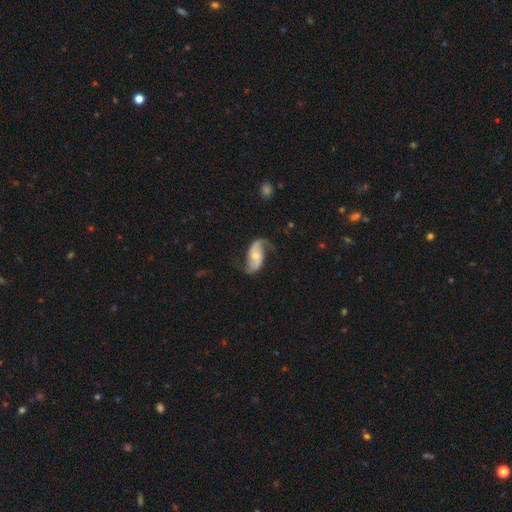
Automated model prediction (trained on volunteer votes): Smooth or featured?
  - featured or disk: 85% *
  - smooth: 10%
  - star or artifact: 5%
Edge-on disk?
  - no: 97% *
  - yes: 3%
Bar?
  - no: 53% *
  - weak: 33%
  - strong: 14%
Spiral arms?
  - yes: 96% *
  - no: 4%
Spiral winding?
  - loose: 67% *
  - medium: 26%
  - tight: 7%
Spiral arm count?
  - 2: 91% *
  - 1: 3%
  - can't tell: 2%
  - 3: 1%
  - 4: 1%
  - more than 4: 1%
Bulge size?
  - small: 48% *
  - moderate: 43%
  - none: 5%
  - large: 4%
  - dominant: 1%
Merging?
  - none: 70% *
  - minor disturbance: 17%
  - major disturbance: 11%
  - merger: 2%